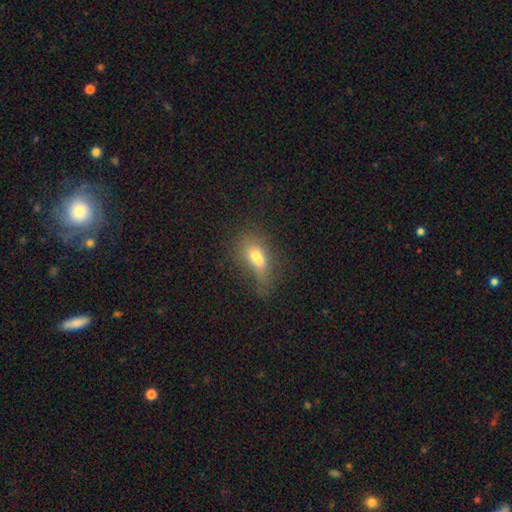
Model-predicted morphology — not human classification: A smooth galaxy with no disk features (61%) that is in between round and cigar-shaped (70%). Merging: none (31%).